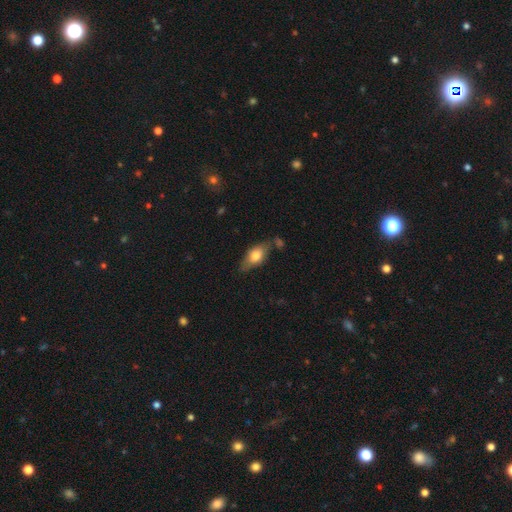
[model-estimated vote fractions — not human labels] This appears to be a smooth galaxy with no disk features (69%) that is in between round and cigar-shaped (83%). Merging: none (64%).